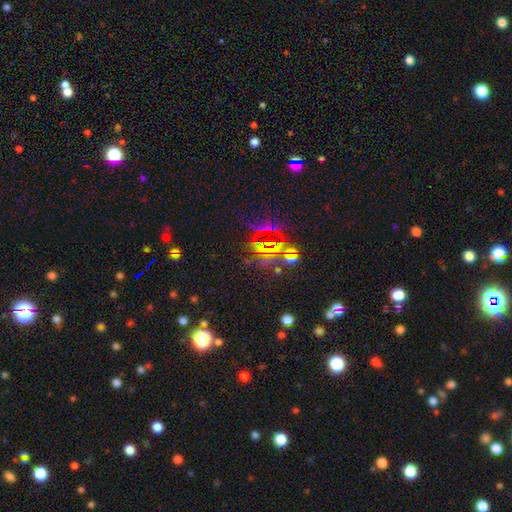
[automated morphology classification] Smooth or featured: star or artifact — 58% (smooth — 23%)